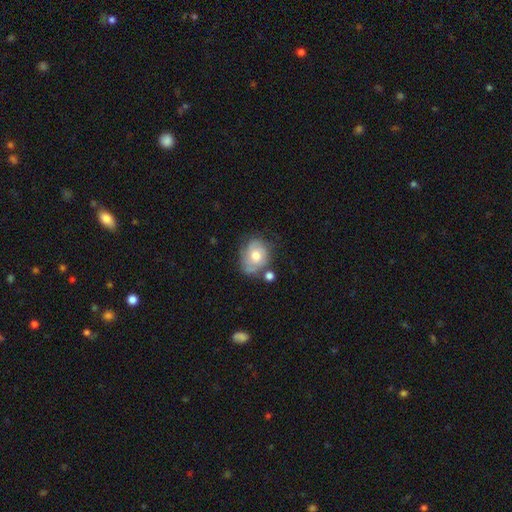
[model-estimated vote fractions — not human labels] Smooth or featured? smooth (48%)
Merging? none (51%)